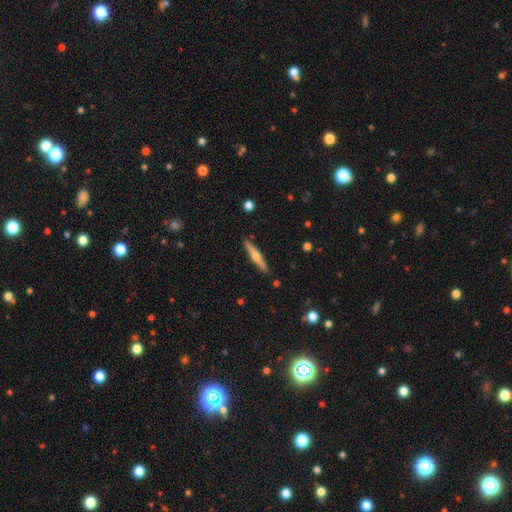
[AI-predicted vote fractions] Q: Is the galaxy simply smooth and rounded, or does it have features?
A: featured or disk — 57%.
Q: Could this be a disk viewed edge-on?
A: yes — 96%.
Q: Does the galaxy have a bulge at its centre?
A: rounded — 89%.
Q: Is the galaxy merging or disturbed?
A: none — 90%.